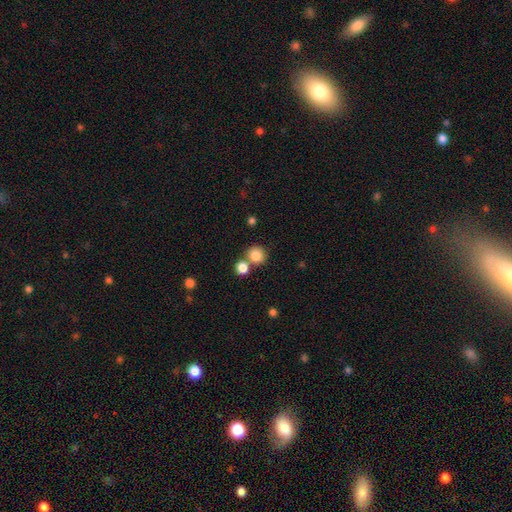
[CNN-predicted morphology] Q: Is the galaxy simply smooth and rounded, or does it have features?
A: smooth — 84%.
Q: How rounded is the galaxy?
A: round — 91%.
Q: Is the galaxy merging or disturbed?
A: none — 65%.